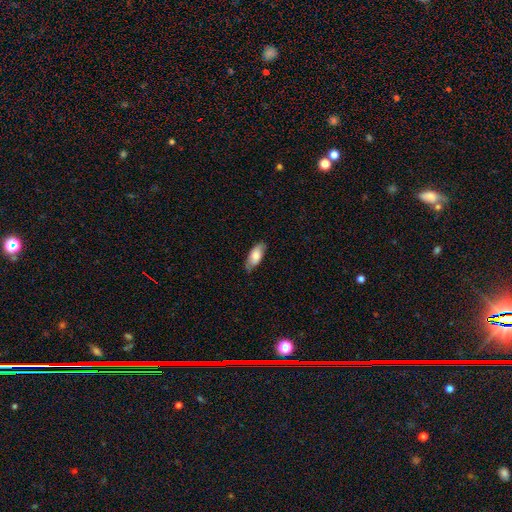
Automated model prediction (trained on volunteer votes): Smooth or featured: smooth — 77% (featured or disk — 17%)
How rounded: in between — 86% (cigar-shaped — 11%)
Merging: none — 72% (minor disturbance — 22%)